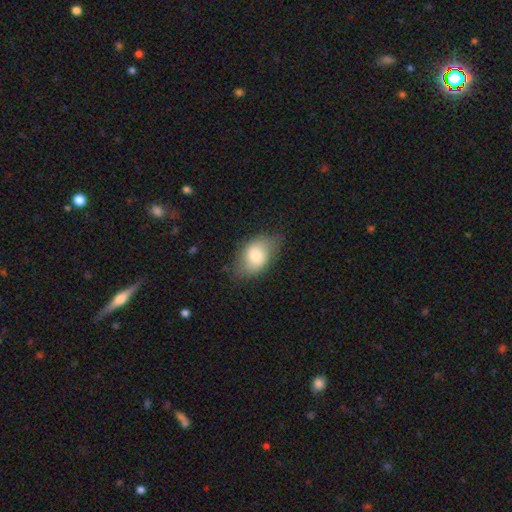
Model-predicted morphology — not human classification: Smooth or featured? smooth (75%)
How rounded? in between (85%)
Merging? none (69%)